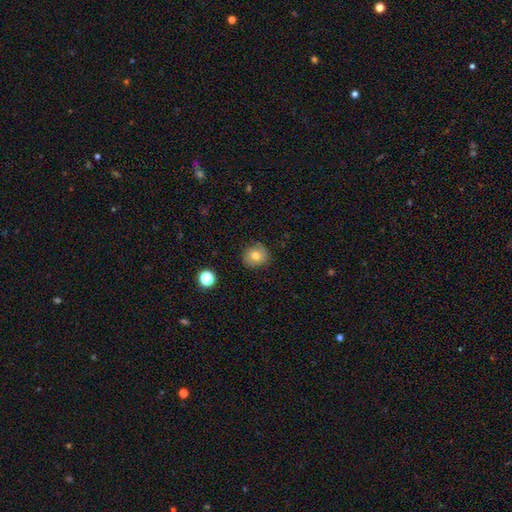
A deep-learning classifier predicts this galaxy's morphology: This appears to be a smooth galaxy with no disk features (72%) that is round (85%). Merging: none (83%).